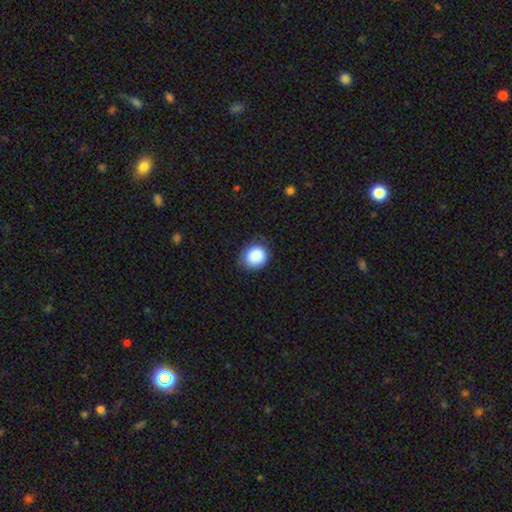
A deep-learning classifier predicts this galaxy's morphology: smooth 88%, star or artifact 8%, featured or disk 4%. Down the decision tree: how rounded — round (74%); merging — none (78%).